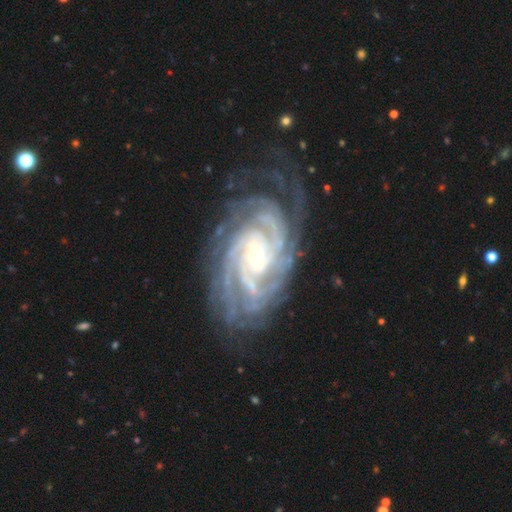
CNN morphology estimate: Smooth or featured: featured or disk — 93% (star or artifact — 4%)
Edge-on disk: no — 97% (yes — 3%)
Bar: weak — 42% (no — 29%)
Spiral arms: yes — 99% (no — 1%)
Spiral winding: tight — 78% (medium — 20%)
Spiral arm count: 4 — 28% (more than 4 — 18%)
Bulge size: small — 53% (moderate — 43%)
Merging: none — 73% (minor disturbance — 18%)